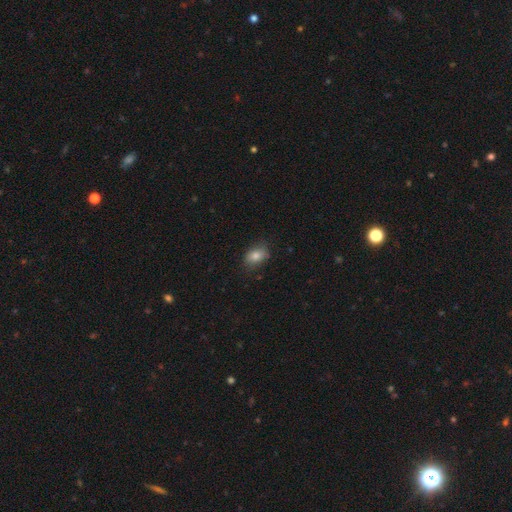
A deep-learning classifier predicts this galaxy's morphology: smooth-or-featured: smooth: 82% | featured or disk: 9% | star or artifact: 9%
  how-rounded: in between: 81% | round: 18% | cigar-shaped: 2%
  merging: none: 75% | minor disturbance: 20% | major disturbance: 4% | merger: 1%